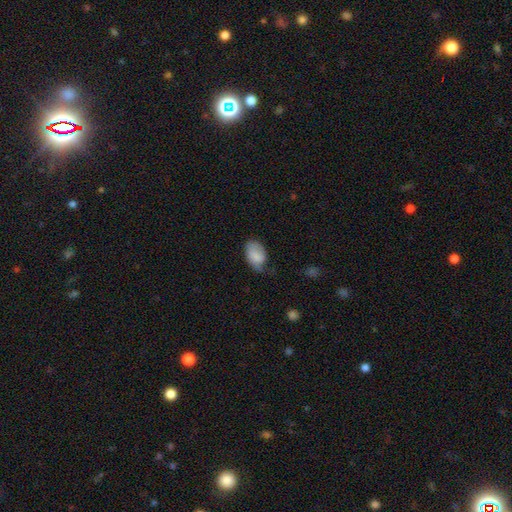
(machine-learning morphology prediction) Smooth or featured? Predicted: smooth (p=0.78). How rounded? Predicted: in between (p=0.90). Merging? Predicted: none (p=0.39, tied with minor disturbance).